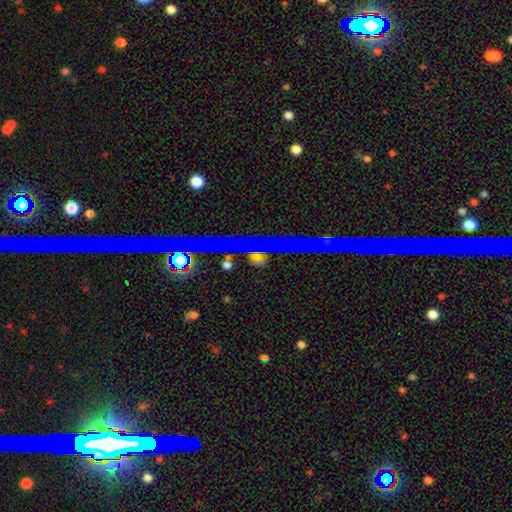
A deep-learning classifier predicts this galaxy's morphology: Smooth or featured: star or artifact — 58% (smooth — 24%)